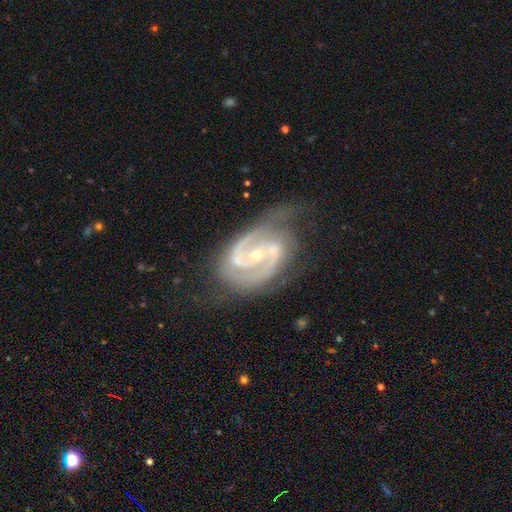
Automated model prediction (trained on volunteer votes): Smooth or featured: featured or disk — 92% (star or artifact — 5%)
Edge-on disk: no — 97% (yes — 3%)
Bar: weak — 40% (no — 36%)
Spiral arms: yes — 98% (no — 2%)
Spiral winding: medium — 52% (tight — 39%)
Spiral arm count: 2 — 85% (3 — 7%)
Bulge size: small — 63% (moderate — 34%)
Merging: none — 60% (minor disturbance — 24%)